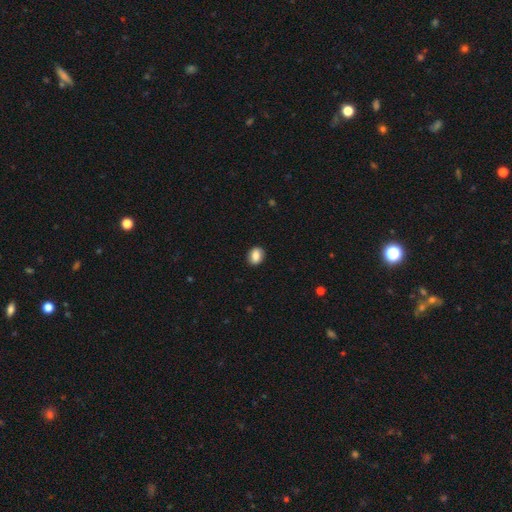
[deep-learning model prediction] A smooth galaxy with no disk features (83%) that is in between round and cigar-shaped (60%).

Vote fractions:
- Smooth or featured? smooth: 83% / featured or disk: 9% / star or artifact: 8%
- How rounded? in between: 60% / round: 38% / cigar-shaped: 1%
- Merging? none: 89% / minor disturbance: 8% / major disturbance: 2% / merger: 1%